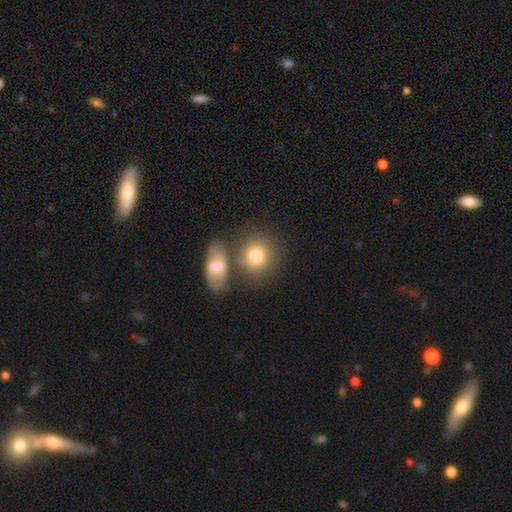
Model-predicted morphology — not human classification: Q: Smooth or featured?
A: smooth (80%); runner-up: featured or disk (12%)
Q: How rounded?
A: round (65%); runner-up: in between (33%)
Q: Merging?
A: none (56%); runner-up: merger (29%)